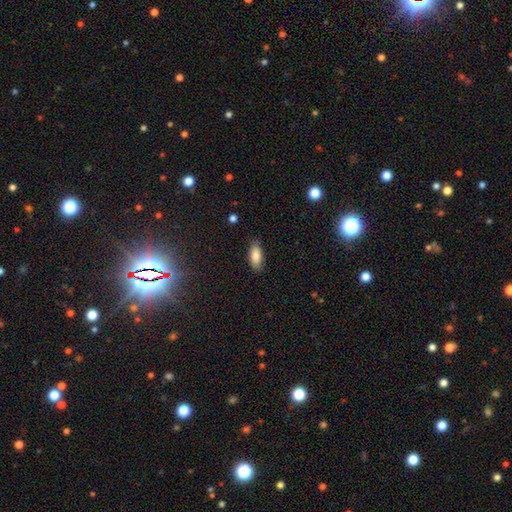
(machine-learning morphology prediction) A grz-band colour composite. It shows a smooth galaxy with no disk features (84%) that is in between round and cigar-shaped (87%). Merging: none (81%).